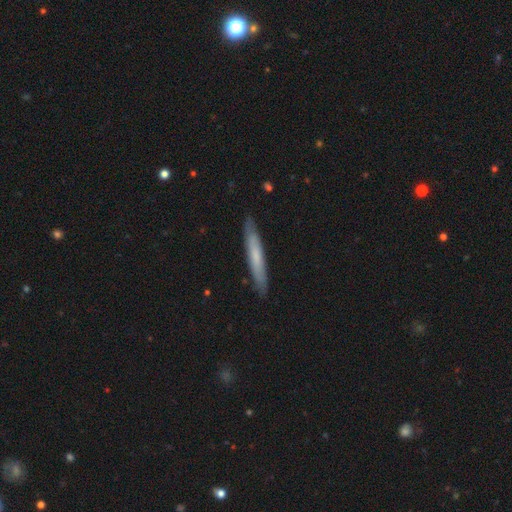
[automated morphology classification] This is possibly a smooth galaxy (58%). How rounded: clearly cigar-shaped (94%). Merging: clearly none (88%).